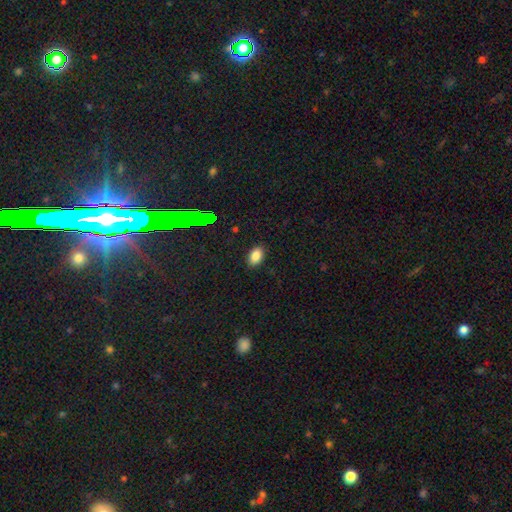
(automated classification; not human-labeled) This is clearly a smooth galaxy (84%). How rounded: clearly in between (89%). Merging: clearly none (88%).